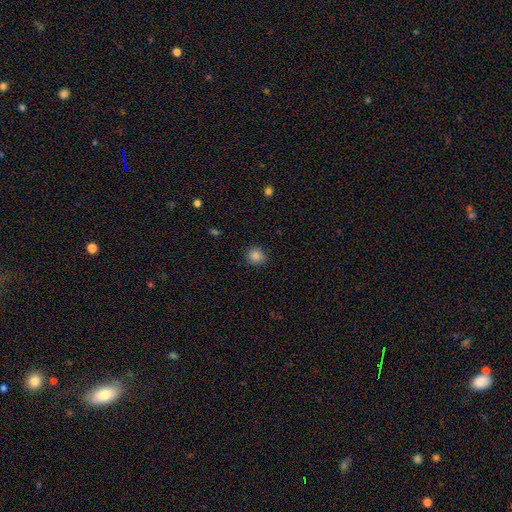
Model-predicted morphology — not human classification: This is clearly a smooth galaxy (85%). How rounded: clearly round (89%). Merging: clearly none (89%).